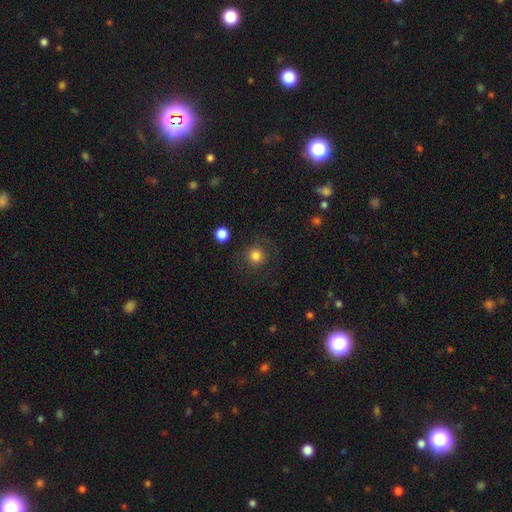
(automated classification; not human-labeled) Smooth or featured: smooth — 81% (star or artifact — 11%)
How rounded: round — 93% (in between — 6%)
Merging: none — 81% (minor disturbance — 10%)